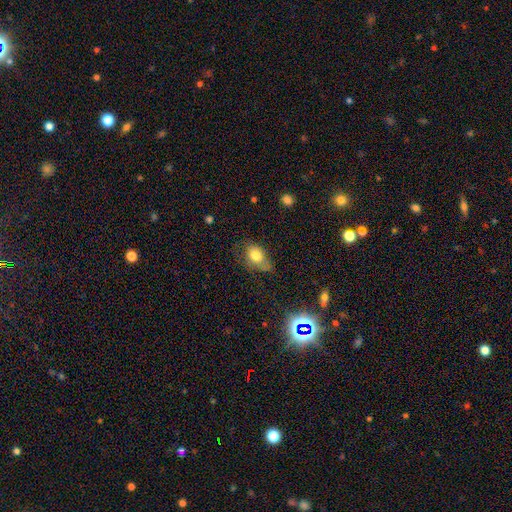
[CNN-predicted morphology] Smooth or featured: smooth — 74% (featured or disk — 15%)
How rounded: in between — 76% (round — 22%)
Merging: none — 46% (minor disturbance — 34%)